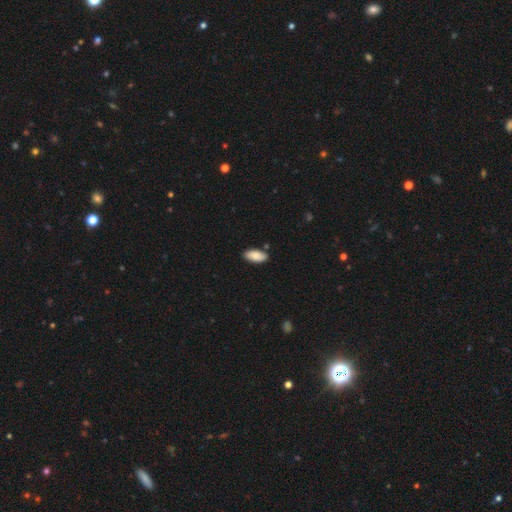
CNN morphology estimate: type=smooth (85%); roundness=in between (89%); merging=none (83%).